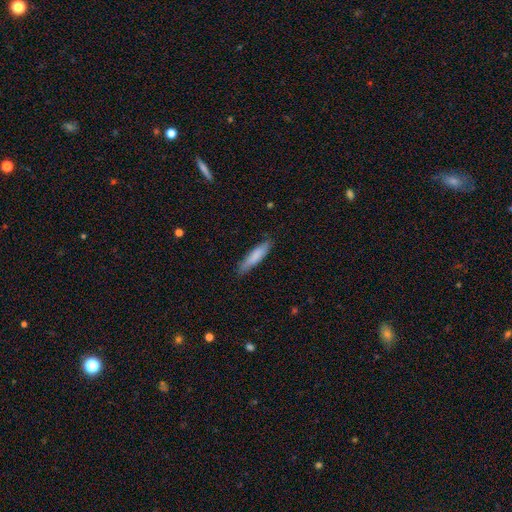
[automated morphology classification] smooth-or-featured: smooth: 79% | featured or disk: 15% | star or artifact: 6%
  how-rounded: cigar-shaped: 82% | in between: 17% | round: 1%
  merging: none: 84% | minor disturbance: 13% | major disturbance: 2% | merger: 1%